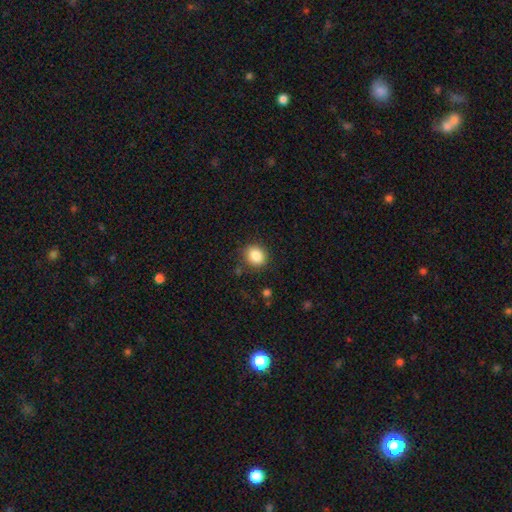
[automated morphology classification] Q: Smooth or featured?
A: smooth (86%); runner-up: star or artifact (9%)
Q: How rounded?
A: round (64%); runner-up: in between (35%)
Q: Merging?
A: none (85%); runner-up: minor disturbance (10%)